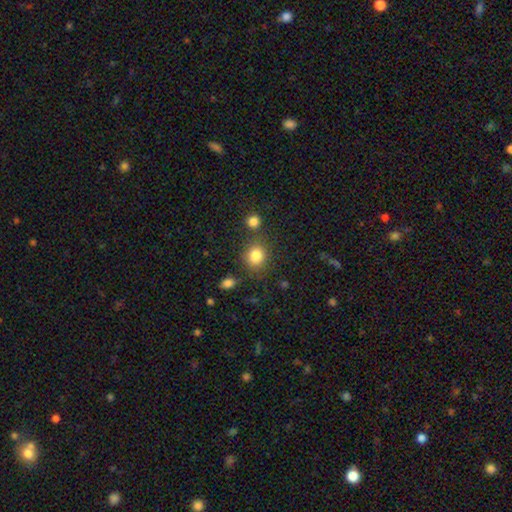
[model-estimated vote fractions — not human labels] Smooth or featured: smooth — 83% (star or artifact — 11%)
How rounded: round — 76% (in between — 23%)
Merging: none — 76% (minor disturbance — 11%)